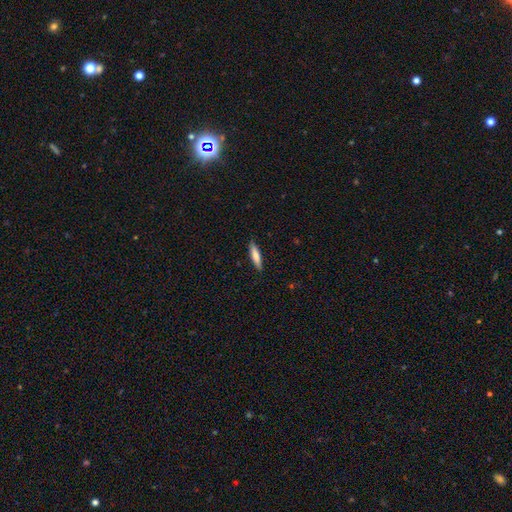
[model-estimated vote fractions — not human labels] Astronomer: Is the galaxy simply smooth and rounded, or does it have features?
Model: smooth — 75%.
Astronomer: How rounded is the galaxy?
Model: cigar-shaped — 81%.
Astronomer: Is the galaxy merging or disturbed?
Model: none — 88%.